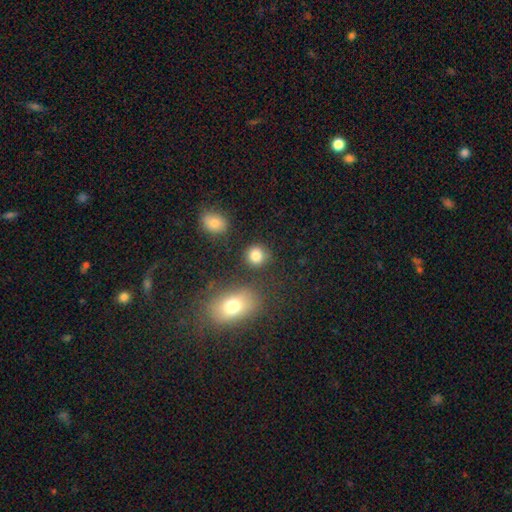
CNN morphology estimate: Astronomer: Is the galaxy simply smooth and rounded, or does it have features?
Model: smooth — 83%.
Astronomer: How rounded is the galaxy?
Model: round — 82%.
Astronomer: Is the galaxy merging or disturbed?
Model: none — 80%.